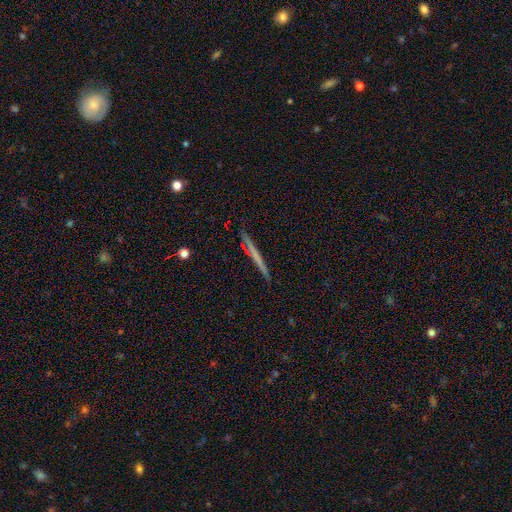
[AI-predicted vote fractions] smooth 50%, featured or disk 44%, star or artifact 6%. Down the decision tree: how rounded — cigar-shaped (97%); merging — none (89%).